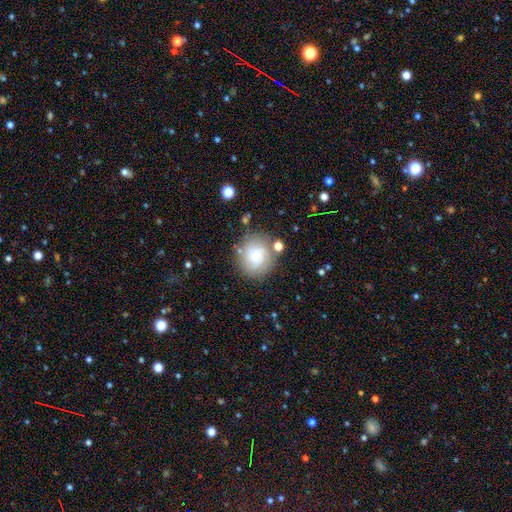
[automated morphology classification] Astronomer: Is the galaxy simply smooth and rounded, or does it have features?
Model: smooth — 50% (runner-up: featured or disk, 40%).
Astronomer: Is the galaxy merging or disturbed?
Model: none — 70%.